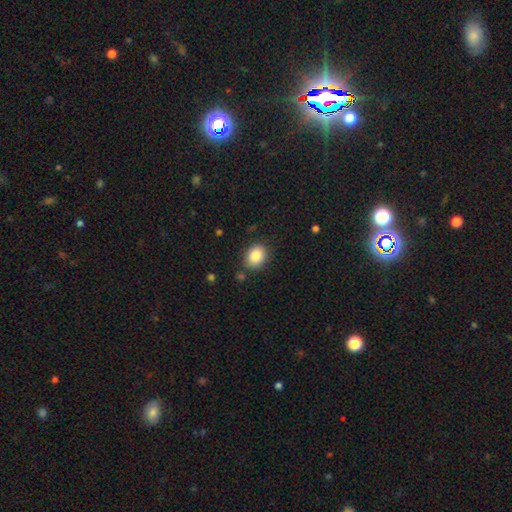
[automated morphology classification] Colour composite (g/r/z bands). It shows a smooth galaxy with no disk features (86%) that is in between round and cigar-shaped (54%). Merging: none (82%).